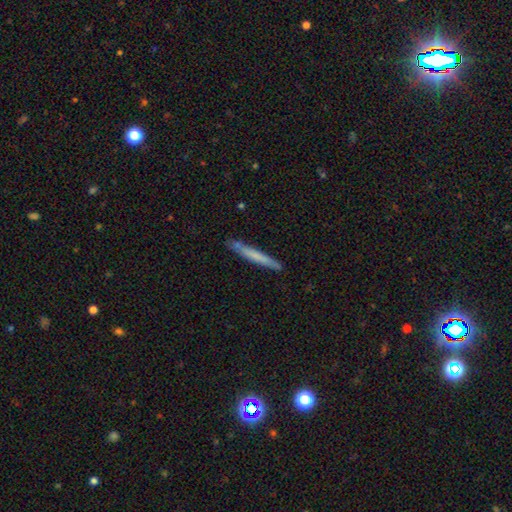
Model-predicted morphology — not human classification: Q: Smooth or featured?
A: smooth (61%); runner-up: featured or disk (33%)
Q: How rounded?
A: cigar-shaped (96%); runner-up: in between (2%)
Q: Merging?
A: none (85%); runner-up: minor disturbance (11%)